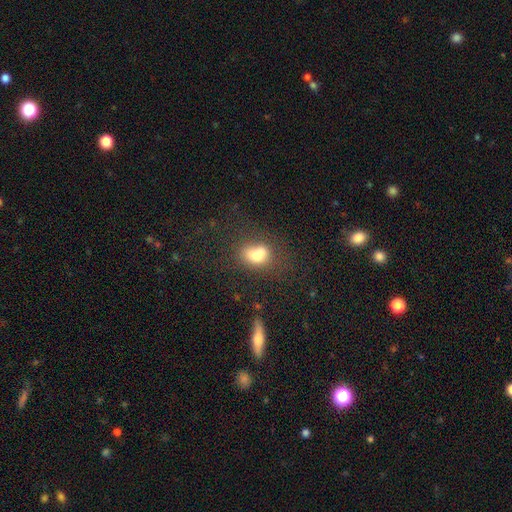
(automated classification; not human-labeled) Overall: smooth (67%). How rounded: in between (60%; round 38%). Merging: merger (50%; none 30%).